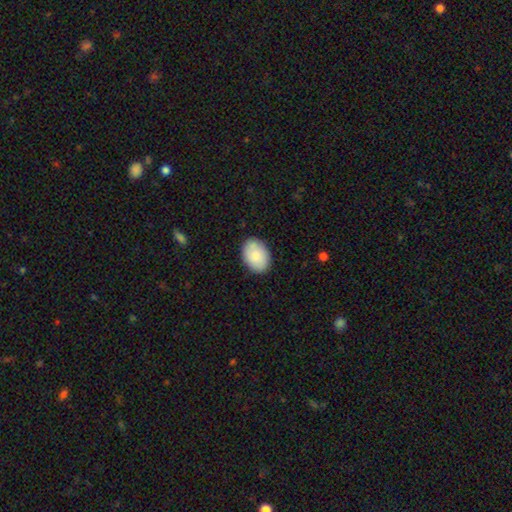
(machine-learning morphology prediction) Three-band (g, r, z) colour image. It shows a smooth galaxy with no disk features (84%) that is in between round and cigar-shaped (82%). Merging: none (85%).